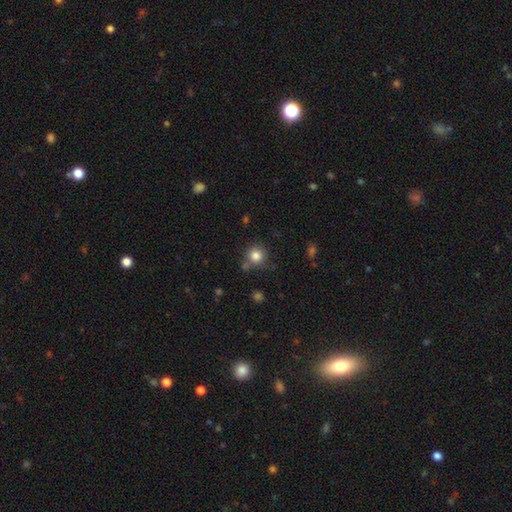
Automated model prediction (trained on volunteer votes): A smooth galaxy with no disk features (83%) that is round (92%). Merging: none (76%).